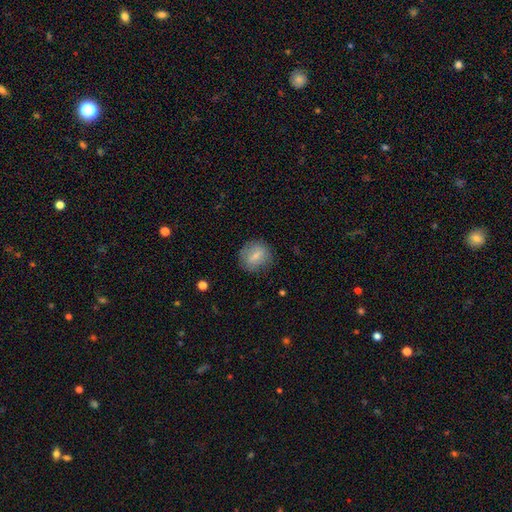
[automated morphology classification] Smooth or featured?
  - smooth: 72% *
  - featured or disk: 19%
  - star or artifact: 8%
How rounded?
  - round: 70% *
  - in between: 28%
  - cigar-shaped: 2%
Merging?
  - none: 79% *
  - minor disturbance: 14%
  - major disturbance: 5%
  - merger: 1%